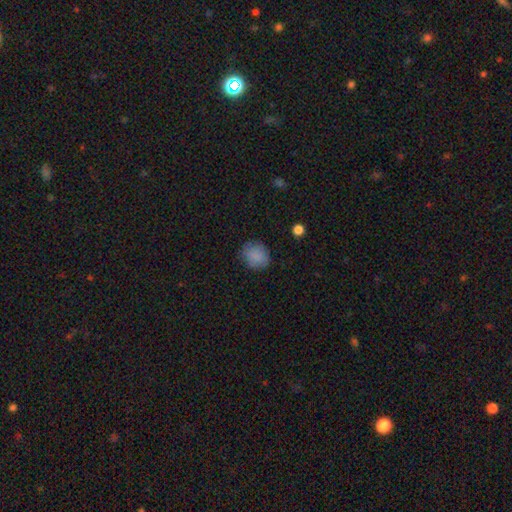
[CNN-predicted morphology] smooth 85%, star or artifact 9%, featured or disk 6%. Down the decision tree: how rounded — round (67%); merging — none (79%).